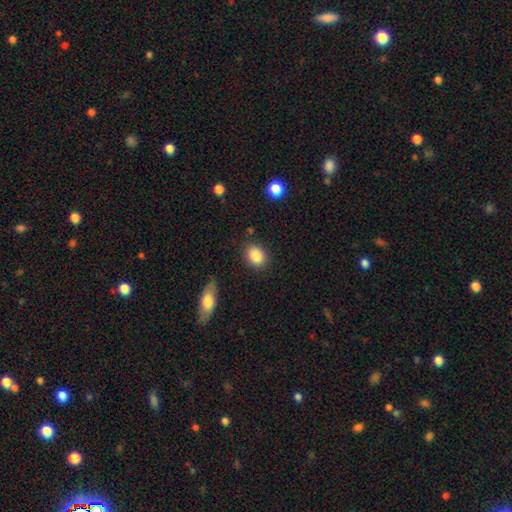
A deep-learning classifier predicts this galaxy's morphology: smooth_or_featured: smooth (p=0.87) [alt: star or artifact p=0.08]
how_rounded: in between (p=0.58) [alt: round p=0.41]
merging: none (p=0.85) [alt: minor disturbance p=0.10]